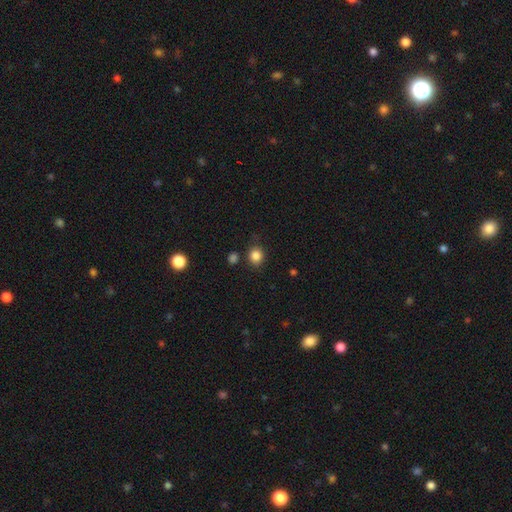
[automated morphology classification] A smooth galaxy with no disk features (84%) that is round (81%). Merging: none (82%).